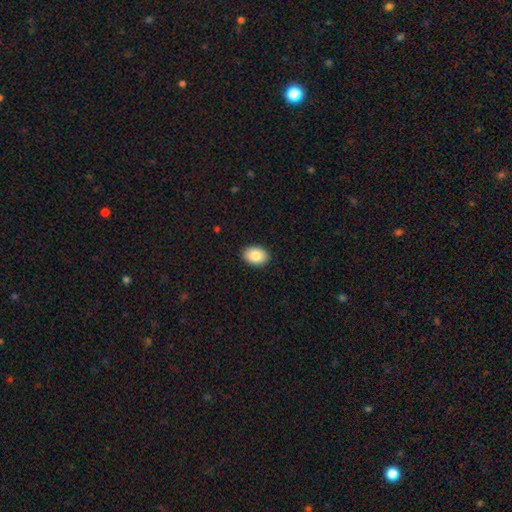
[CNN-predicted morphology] A smooth galaxy with no disk features (86%) that is in between round and cigar-shaped (80%).

Vote fractions:
- Smooth or featured? smooth: 86% / featured or disk: 7% / star or artifact: 7%
- How rounded? in between: 80% / round: 19% / cigar-shaped: 1%
- Merging? none: 91% / minor disturbance: 6% / major disturbance: 2% / merger: 1%